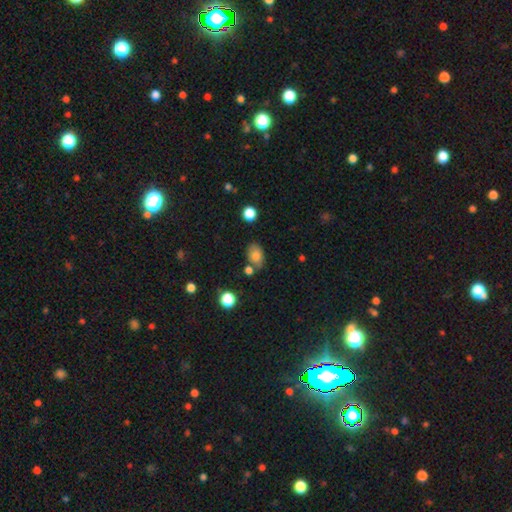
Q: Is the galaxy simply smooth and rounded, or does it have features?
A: smooth — 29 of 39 (74%).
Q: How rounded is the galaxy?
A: in between — 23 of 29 (79%).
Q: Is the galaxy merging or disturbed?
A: none — 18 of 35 (51%).